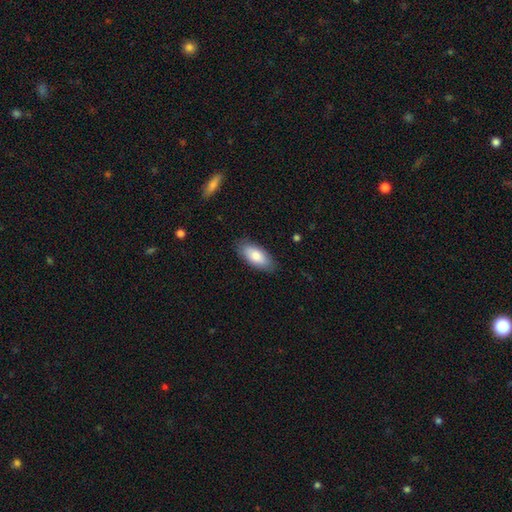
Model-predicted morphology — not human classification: smooth-or-featured: smooth: 81% | featured or disk: 13% | star or artifact: 6%
  how-rounded: in between: 87% | cigar-shaped: 11% | round: 2%
  merging: none: 85% | minor disturbance: 11% | major disturbance: 2% | merger: 1%